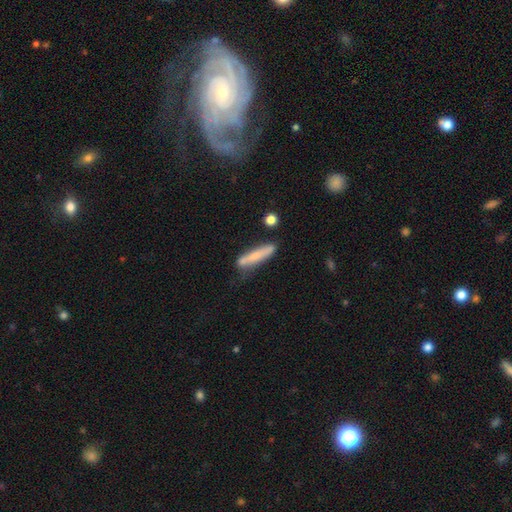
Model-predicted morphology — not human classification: type=smooth (64%); roundness=cigar-shaped (87%); merging=none (61%).